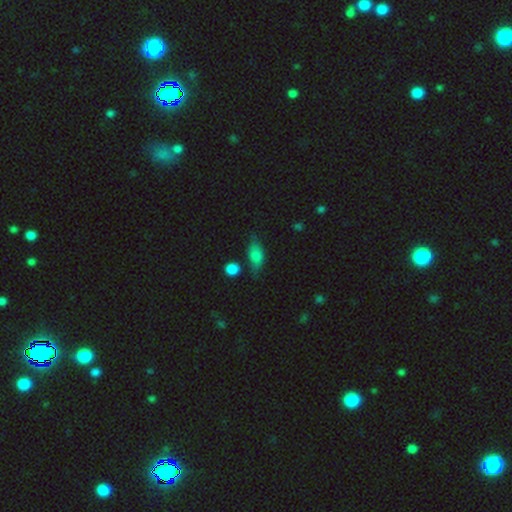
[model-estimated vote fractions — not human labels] A smooth galaxy with no disk features (69%) that is in between round and cigar-shaped (81%).

Vote fractions:
- Smooth or featured? smooth: 69% / featured or disk: 22% / star or artifact: 9%
- How rounded? in between: 81% / cigar-shaped: 12% / round: 7%
- Merging? none: 56% / minor disturbance: 29% / major disturbance: 9% / merger: 6%